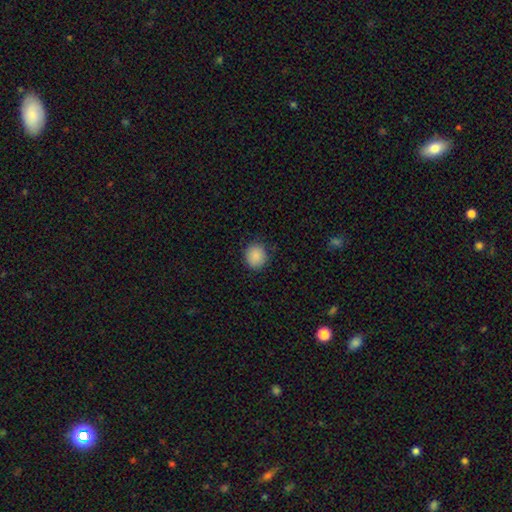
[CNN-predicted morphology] smooth_or_featured: smooth (p=0.88) [alt: star or artifact p=0.09]
how_rounded: round (p=0.80) [alt: in between p=0.19]
merging: none (p=0.85) [alt: minor disturbance p=0.11]